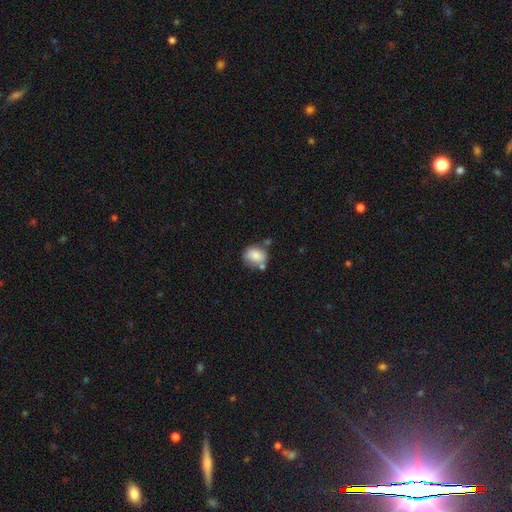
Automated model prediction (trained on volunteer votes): A smooth galaxy with no disk features (80%) that is round (56%). Merging: none (59%).